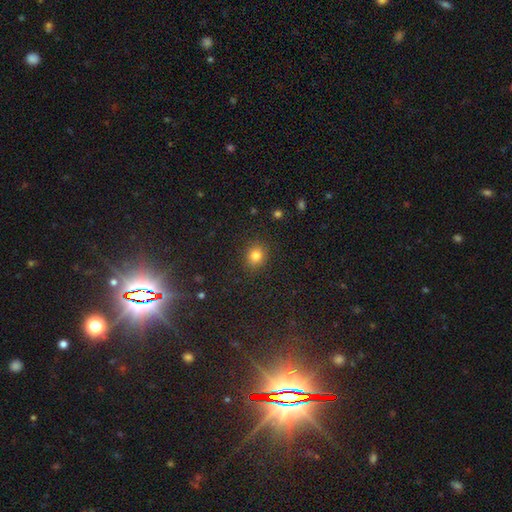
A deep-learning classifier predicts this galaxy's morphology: smooth_or_featured: smooth (p=0.81) [alt: star or artifact p=0.13]
how_rounded: round (p=0.73) [alt: in between p=0.26]
merging: none (p=0.87) [alt: minor disturbance p=0.09]